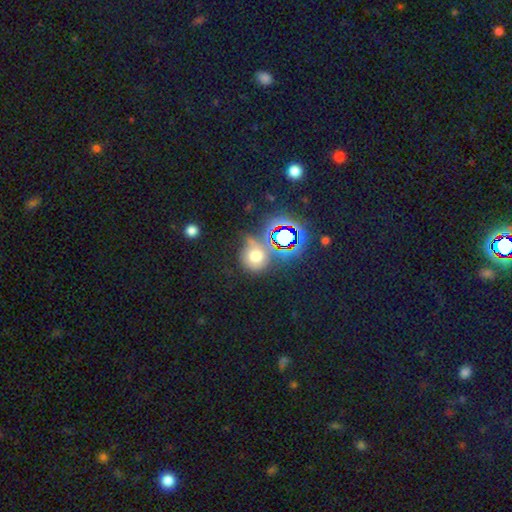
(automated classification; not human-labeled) Q: Smooth or featured?
A: smooth (58%); runner-up: star or artifact (30%)
Q: How rounded?
A: round (82%); runner-up: in between (17%)
Q: Merging?
A: none (57%); runner-up: minor disturbance (18%)